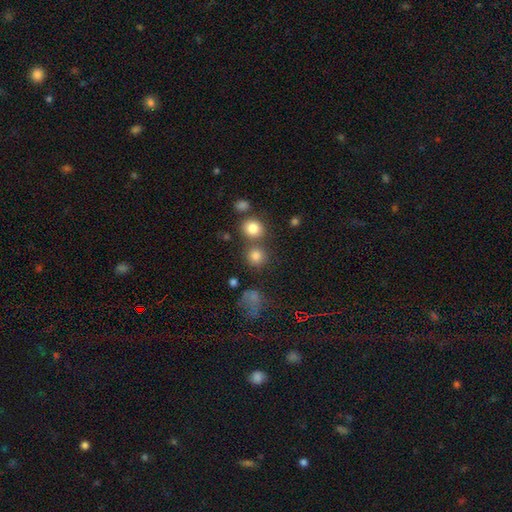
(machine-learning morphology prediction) Q: Smooth or featured?
A: smooth (81%); runner-up: star or artifact (13%)
Q: How rounded?
A: round (89%); runner-up: in between (10%)
Q: Merging?
A: none (66%); runner-up: merger (22%)